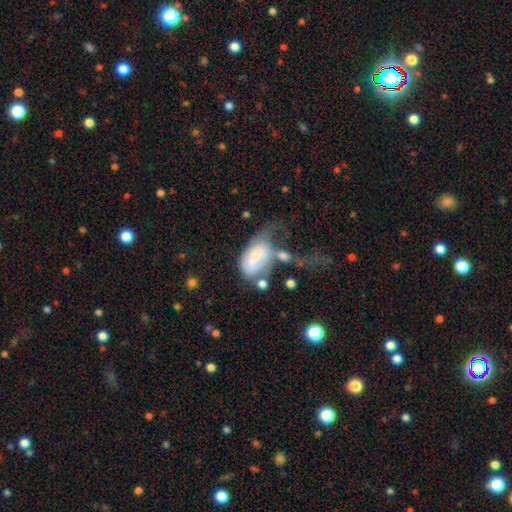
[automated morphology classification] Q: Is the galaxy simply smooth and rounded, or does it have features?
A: smooth — 49%.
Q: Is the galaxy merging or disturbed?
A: major disturbance — 41%.